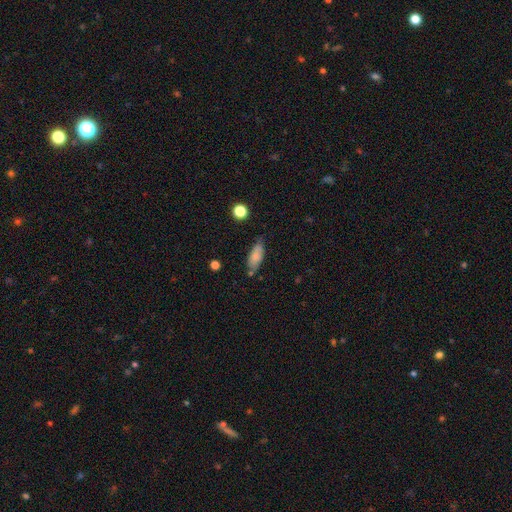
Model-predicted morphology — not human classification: Smooth or featured: smooth — 79% (featured or disk — 14%)
How rounded: in between — 73% (cigar-shaped — 25%)
Merging: none — 66% (minor disturbance — 24%)